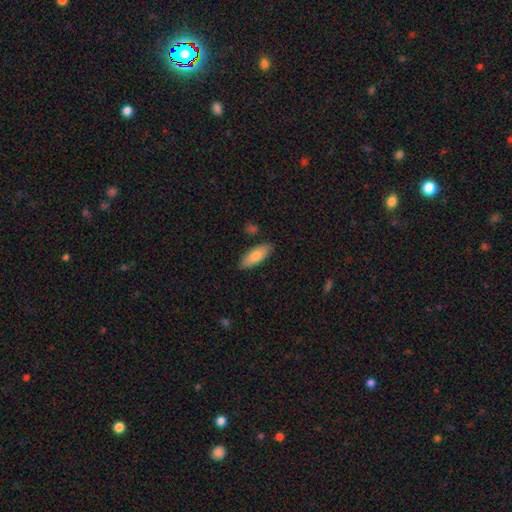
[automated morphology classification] A smooth galaxy with no disk features (78%) that is in between round and cigar-shaped (74%).

Vote fractions:
- Smooth or featured? smooth: 78% / featured or disk: 16% / star or artifact: 6%
- How rounded? in between: 74% / cigar-shaped: 24% / round: 2%
- Merging? none: 86% / minor disturbance: 10% / merger: 2% / major disturbance: 2%